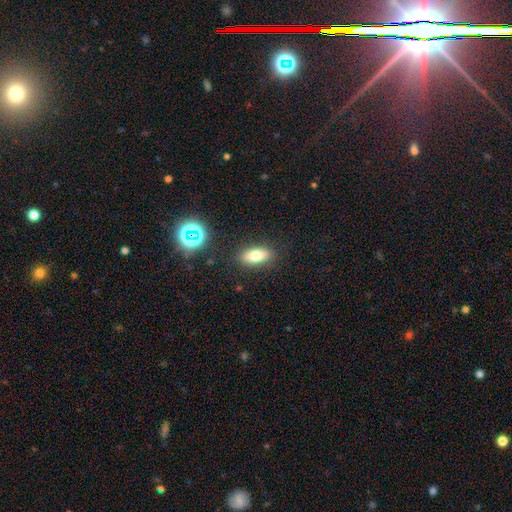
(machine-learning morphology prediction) Q: Smooth or featured?
A: smooth (74%); runner-up: featured or disk (15%)
Q: How rounded?
A: in between (81%); runner-up: cigar-shaped (14%)
Q: Merging?
A: none (86%); runner-up: minor disturbance (9%)